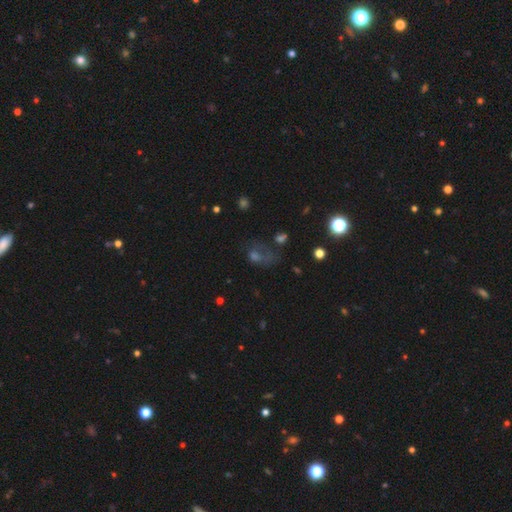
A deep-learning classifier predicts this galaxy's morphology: Q: Smooth or featured?
A: smooth (39%); runner-up: star or artifact (35%)
Q: Merging?
A: major disturbance (37%); runner-up: none (36%)